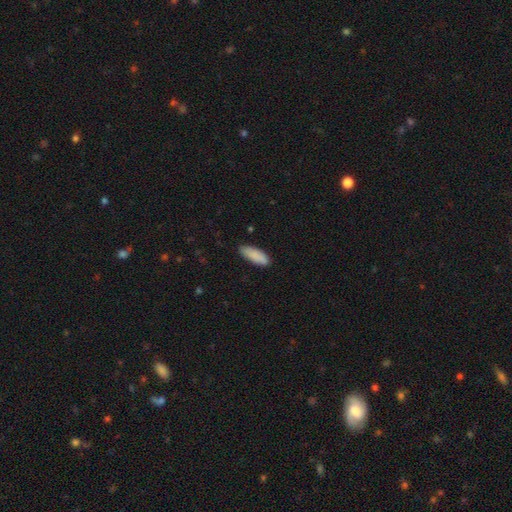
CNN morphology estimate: Smooth or featured? smooth (88%)
How rounded? in between (70%)
Merging? none (83%)